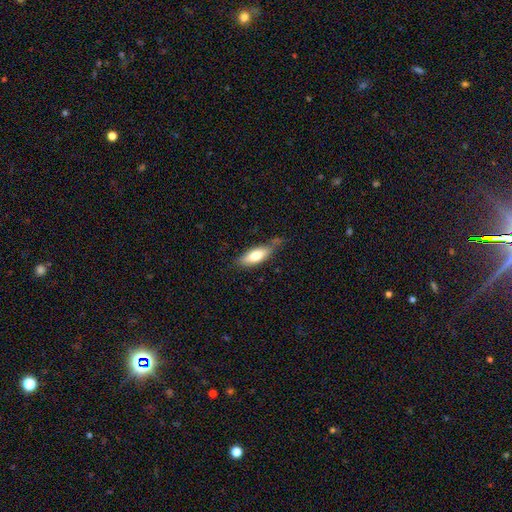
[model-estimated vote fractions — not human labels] Q: Smooth or featured?
A: smooth (75%); runner-up: featured or disk (18%)
Q: How rounded?
A: in between (68%); runner-up: cigar-shaped (29%)
Q: Merging?
A: none (57%); runner-up: minor disturbance (30%)